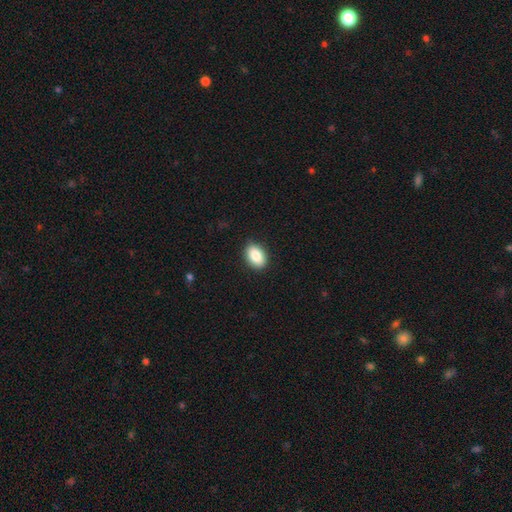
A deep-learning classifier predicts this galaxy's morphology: smooth-or-featured: smooth: 87% | star or artifact: 7% | featured or disk: 6%
  how-rounded: in between: 85% | round: 14% | cigar-shaped: 1%
  merging: none: 89% | minor disturbance: 8% | major disturbance: 2% | merger: 1%